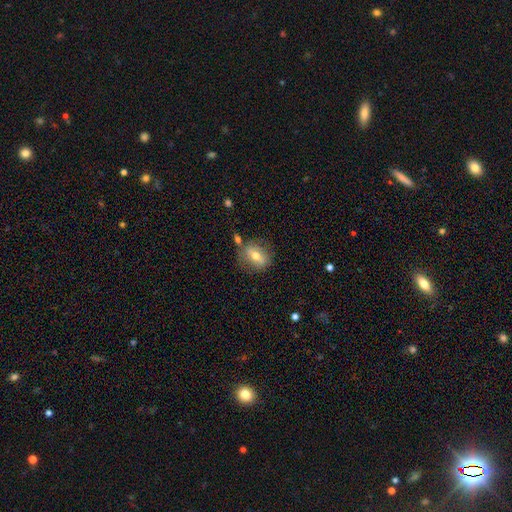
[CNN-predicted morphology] Smooth or featured? Predicted: smooth (p=0.58). How rounded? Predicted: in between (p=0.53). Merging? Predicted: none (p=0.68).